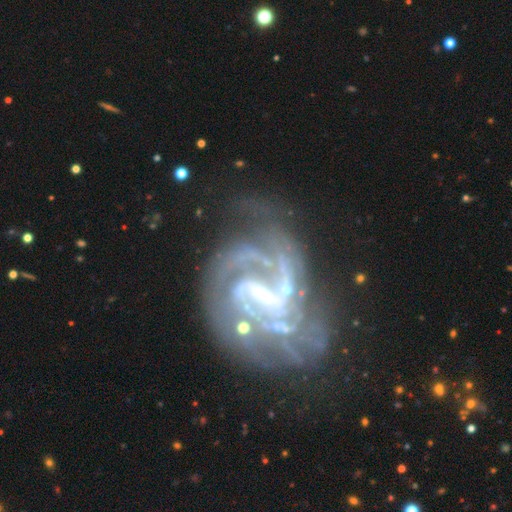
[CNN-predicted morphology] featured or disk 89%, star or artifact 7%, smooth 4%. Down the decision tree: edge-on disk — no (98%); bar — strong (45%); spiral arms — yes (95%); spiral arm count — 2 (36%); spiral winding — medium (45%); bulge size — small (68%); merging — none (52%).